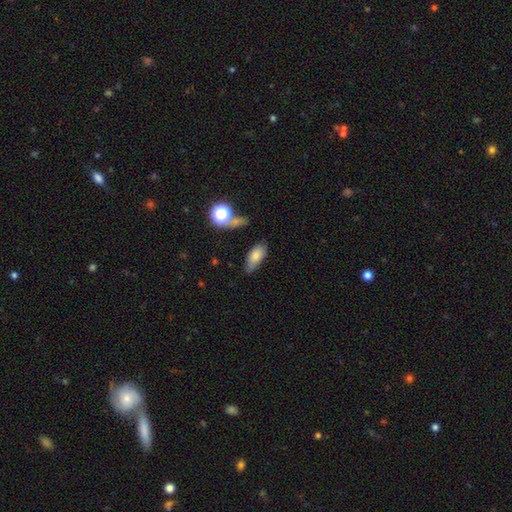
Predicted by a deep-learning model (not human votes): Overall: smooth (74%). How rounded: in between (85%). Merging: none (56%; minor disturbance 29%).